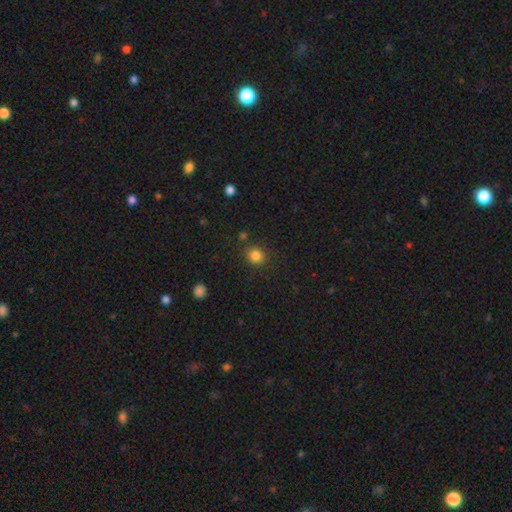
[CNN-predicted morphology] smooth_or_featured: smooth (p=0.83) [alt: star or artifact p=0.12]
how_rounded: round (p=0.80) [alt: in between p=0.20]
merging: none (p=0.82) [alt: minor disturbance p=0.11]